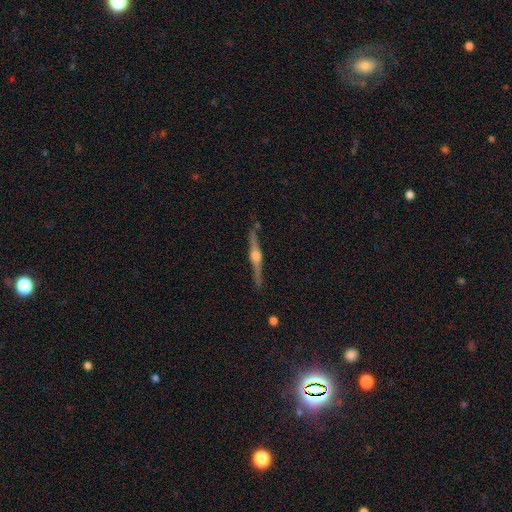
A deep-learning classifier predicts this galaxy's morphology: featured or disk 87%, smooth 8%, star or artifact 5%. Down the decision tree: edge-on disk — yes (98%); edge-on bulge — rounded (91%); merging — none (90%).